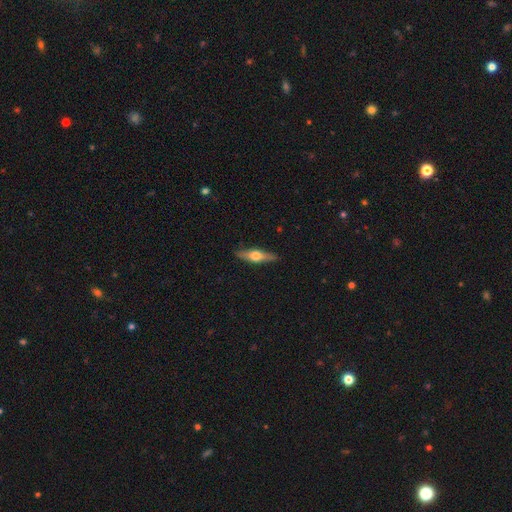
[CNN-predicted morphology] smooth_or_featured: featured or disk (p=0.54) [alt: smooth p=0.40]
disk_edge_on: yes (p=0.92) [alt: no p=0.08]
merging: none (p=0.87) [alt: minor disturbance p=0.10]